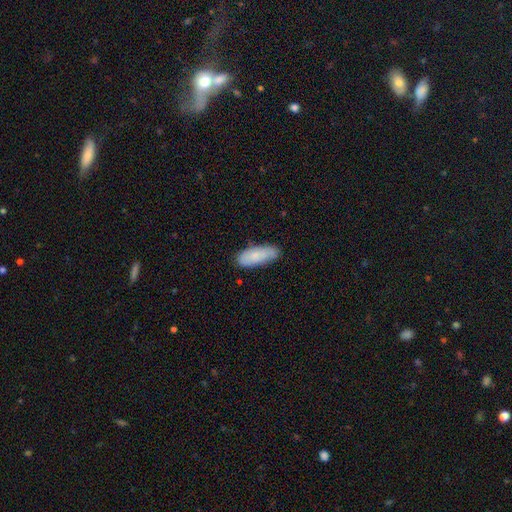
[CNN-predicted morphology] type=smooth (73%); roundness=in between (78%); merging=none (75%).